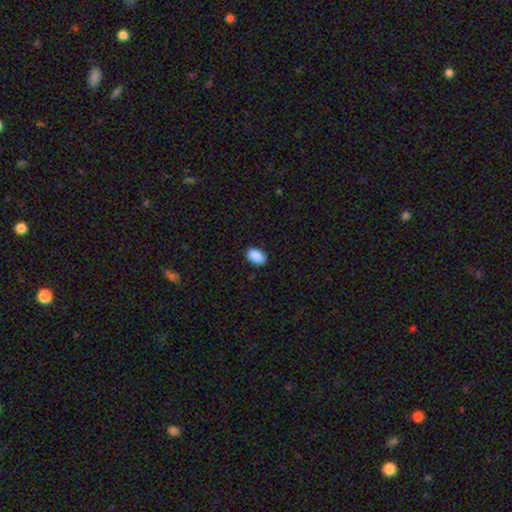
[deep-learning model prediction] smooth-or-featured: smooth: 90% | star or artifact: 7% | featured or disk: 3%
  how-rounded: in between: 92% | round: 6% | cigar-shaped: 1%
  merging: none: 88% | minor disturbance: 9% | major disturbance: 2% | merger: 1%